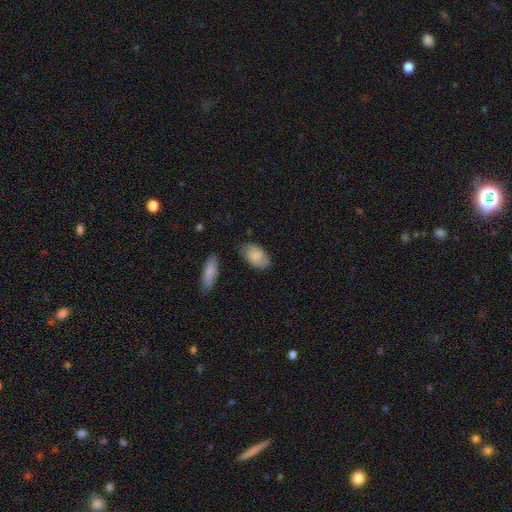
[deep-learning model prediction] Smooth or featured? Predicted: smooth (p=0.77). How rounded? Predicted: in between (p=0.93). Merging? Predicted: none (p=0.71).